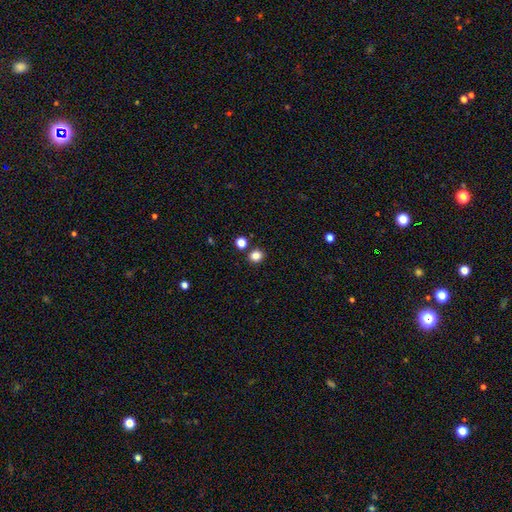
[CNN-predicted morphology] This is clearly a smooth galaxy (83%). How rounded: clearly round (82%). Merging: clearly none (85%).